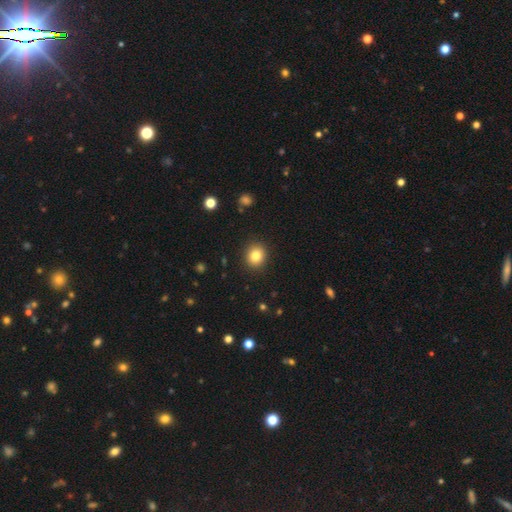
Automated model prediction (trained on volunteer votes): Q: Smooth or featured?
A: smooth (84%); runner-up: star or artifact (10%)
Q: How rounded?
A: round (81%); runner-up: in between (18%)
Q: Merging?
A: none (90%); runner-up: minor disturbance (6%)